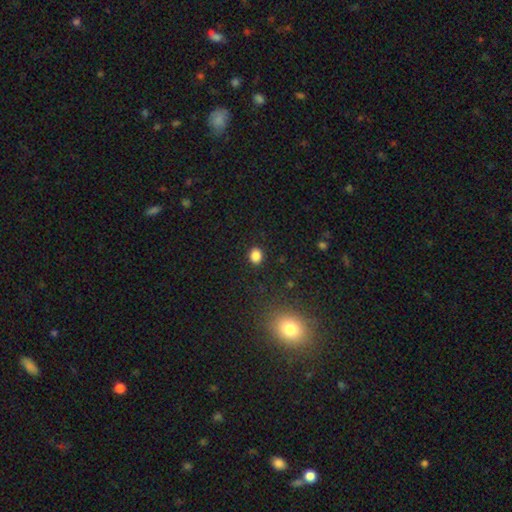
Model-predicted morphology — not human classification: This appears to be a smooth galaxy with no disk features (85%) that is round (57%). Merging: none (89%).